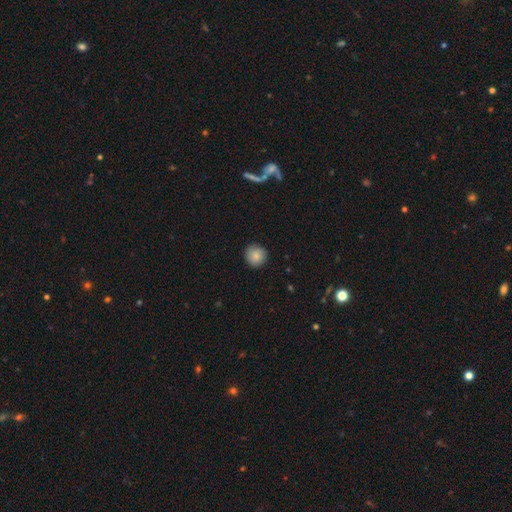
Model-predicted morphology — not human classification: smooth-or-featured: smooth: 86% | star or artifact: 8% | featured or disk: 6%
  how-rounded: round: 94% | in between: 5% | cigar-shaped: 1%
  merging: none: 89% | minor disturbance: 8% | major disturbance: 2% | merger: 1%